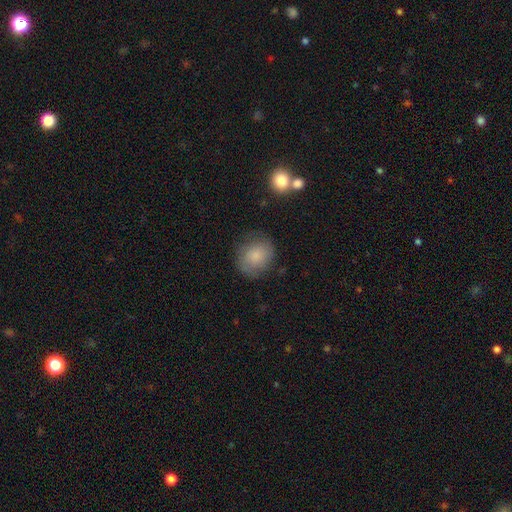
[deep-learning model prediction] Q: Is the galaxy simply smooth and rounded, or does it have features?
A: smooth — 73%.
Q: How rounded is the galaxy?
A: round — 71%.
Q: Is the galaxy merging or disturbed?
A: none — 74%.